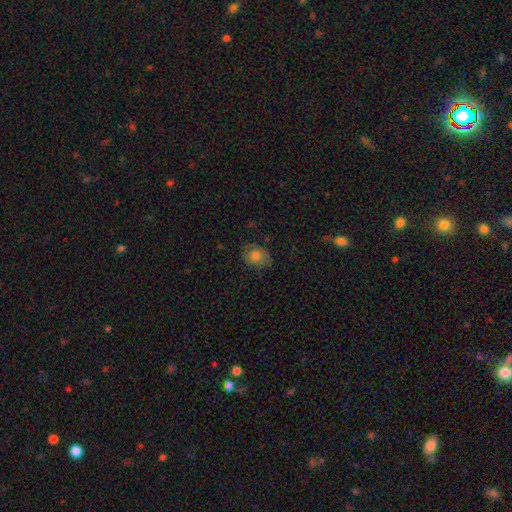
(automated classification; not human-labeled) Q: Smooth or featured?
A: smooth (73%); runner-up: featured or disk (18%)
Q: How rounded?
A: in between (65%); runner-up: round (34%)
Q: Merging?
A: none (73%); runner-up: minor disturbance (21%)